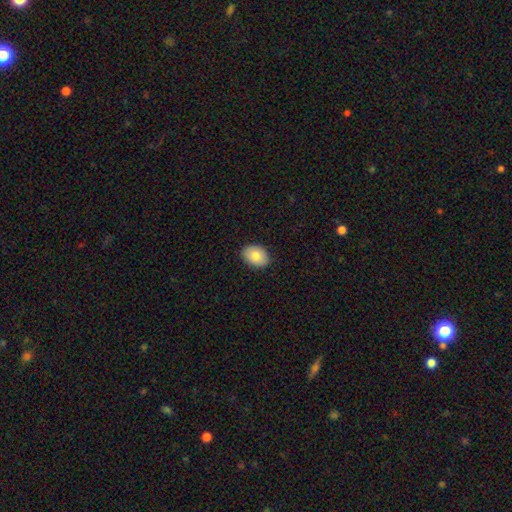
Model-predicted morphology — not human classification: This appears to be a smooth galaxy with no disk features (83%) that is in between round and cigar-shaped (75%). Merging: none (88%).